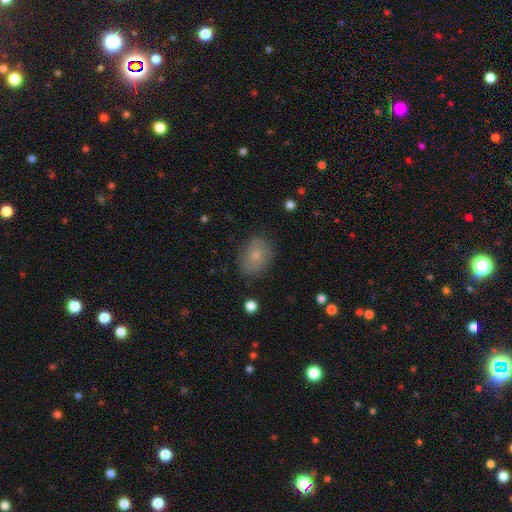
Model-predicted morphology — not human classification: smooth_or_featured: smooth (p=0.69) [alt: featured or disk p=0.21]
how_rounded: in between (p=0.65) [alt: round p=0.34]
merging: none (p=0.77) [alt: minor disturbance p=0.17]